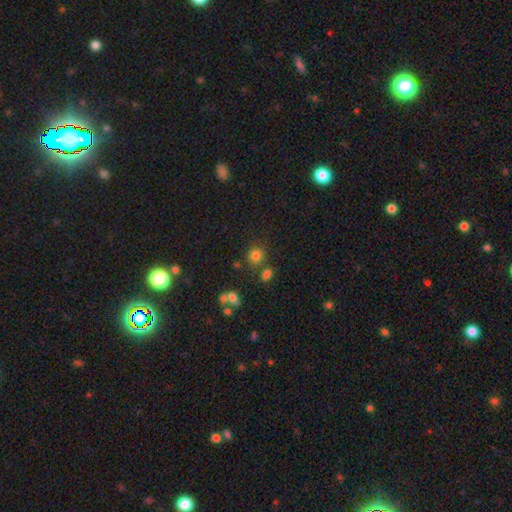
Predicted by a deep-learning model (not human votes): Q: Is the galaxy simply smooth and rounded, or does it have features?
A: smooth — 78%.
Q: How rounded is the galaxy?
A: round — 81%.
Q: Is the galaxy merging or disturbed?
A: none — 70%.